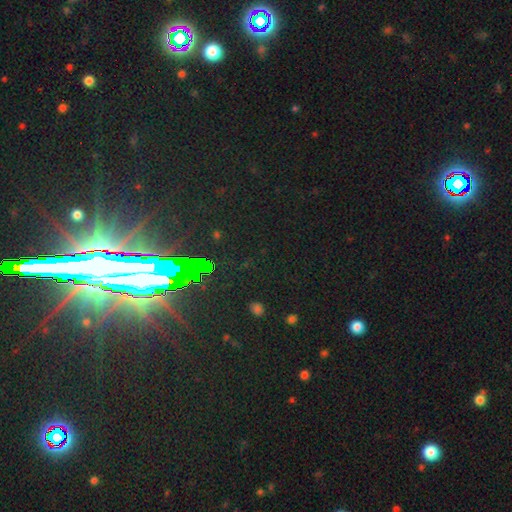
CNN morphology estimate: smooth_or_featured: star or artifact (p=0.70) [alt: featured or disk p=0.18]